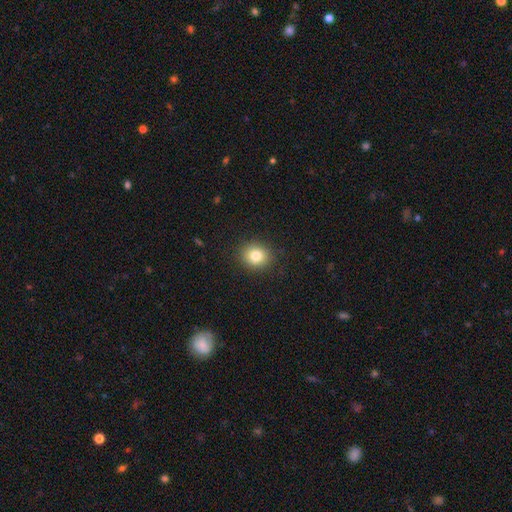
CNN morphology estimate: A smooth galaxy with no disk features (81%) that is round (81%). Merging: none (89%).